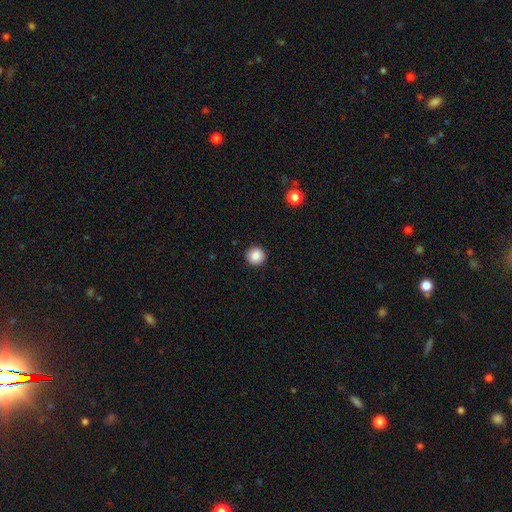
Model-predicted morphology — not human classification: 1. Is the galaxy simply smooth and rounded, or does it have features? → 87% smooth, 9% star or artifact, 4% featured or disk.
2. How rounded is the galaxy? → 96% round, 3% in between, 1% cigar-shaped.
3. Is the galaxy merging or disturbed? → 93% none, 4% minor disturbance, 2% major disturbance, 1% merger.